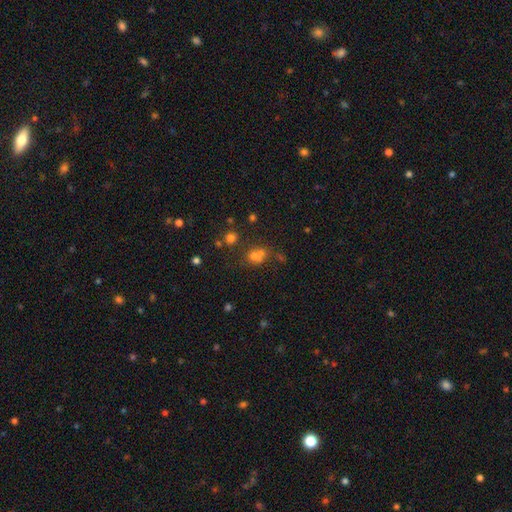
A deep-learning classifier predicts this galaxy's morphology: smooth_or_featured: smooth (p=0.59) [alt: star or artifact p=0.27]
how_rounded: round (p=0.77) [alt: in between p=0.22]
merging: none (p=0.46) [alt: merger p=0.40]